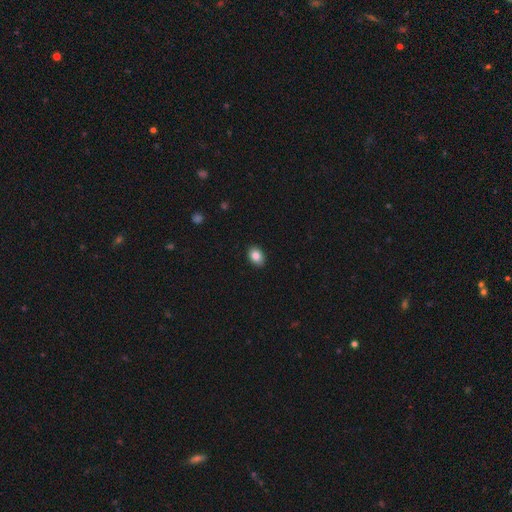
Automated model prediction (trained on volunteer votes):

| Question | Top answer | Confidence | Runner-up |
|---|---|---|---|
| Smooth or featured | smooth | 85% | star or artifact (8%) |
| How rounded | in between | 76% | round (23%) |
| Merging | none | 89% | minor disturbance (8%) |